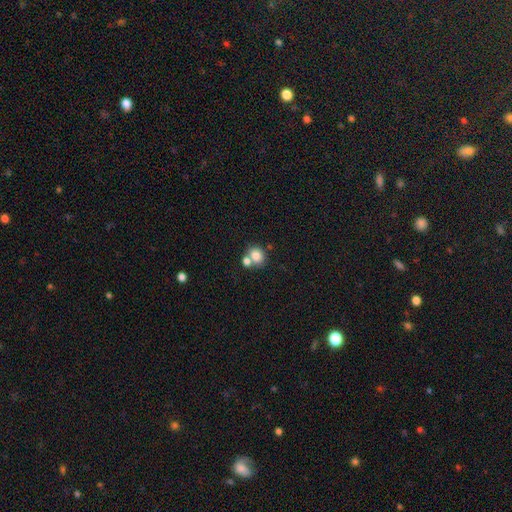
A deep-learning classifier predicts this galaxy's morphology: Overall: smooth (80%). How rounded: round (69%; in between 30%). Merging: none (48%; merger 40%).